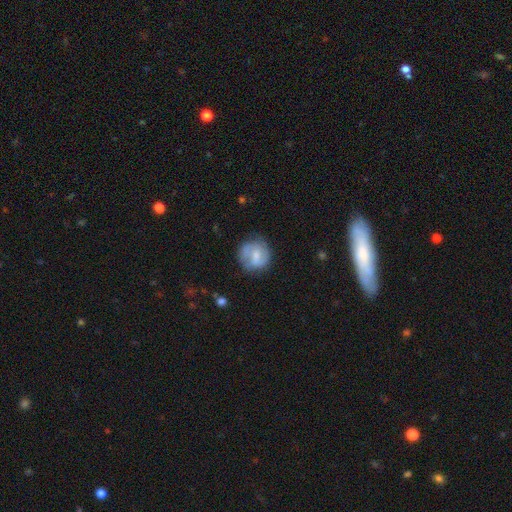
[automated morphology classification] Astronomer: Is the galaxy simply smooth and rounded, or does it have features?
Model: smooth — 47%, tied with featured or disk at 47%.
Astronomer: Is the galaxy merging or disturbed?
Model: none — 70%.